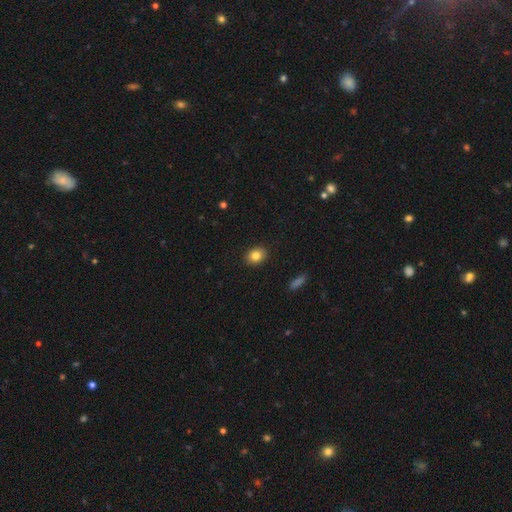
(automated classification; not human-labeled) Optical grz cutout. It shows a smooth galaxy with no disk features (83%) that is in between round and cigar-shaped (56%). Merging: none (90%).